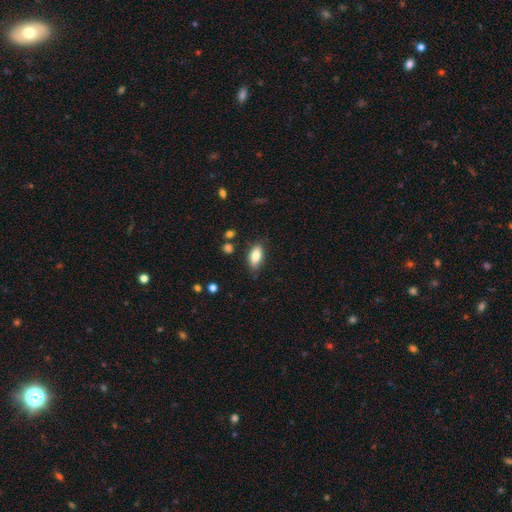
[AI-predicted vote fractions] The model was most divided on "merging": none: 80%, minor disturbance: 15%, major disturbance: 3%, merger: 2%. More confident: how rounded — in between (88%); smooth or featured — smooth (82%).